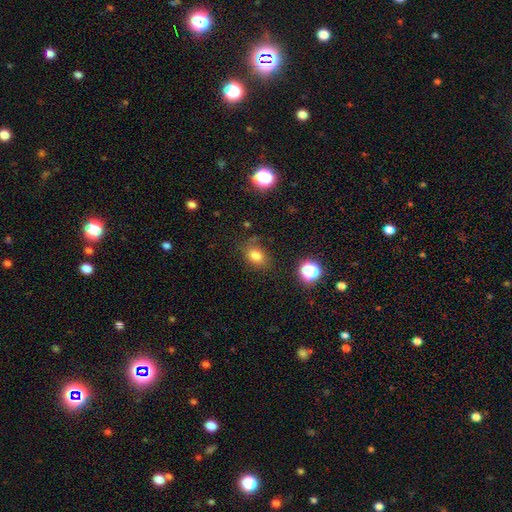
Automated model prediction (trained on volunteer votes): Overall: smooth (77%). How rounded: in between (65%; round 34%). Merging: none (70%).